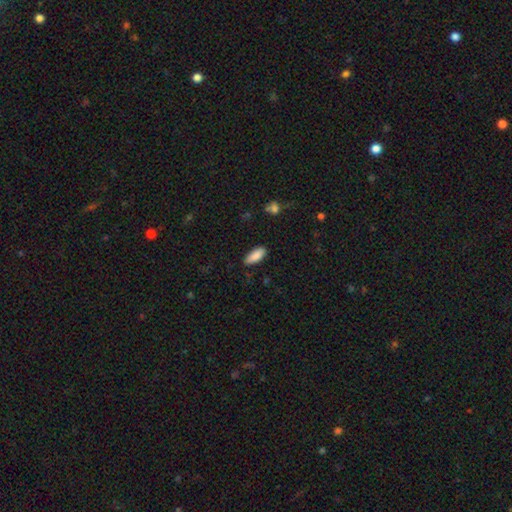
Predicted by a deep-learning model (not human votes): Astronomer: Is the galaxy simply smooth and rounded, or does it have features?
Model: smooth — 87%.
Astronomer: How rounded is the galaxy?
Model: in between — 81%.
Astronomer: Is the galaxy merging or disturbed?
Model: none — 83%.